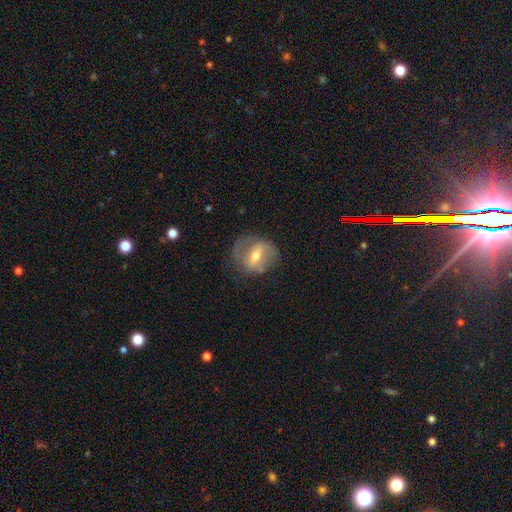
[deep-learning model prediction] A featured or disk galaxy (66%) with a weak bar (43%), spiral arms (68%) and a moderate central bulge (66%). Merging: none (65%).